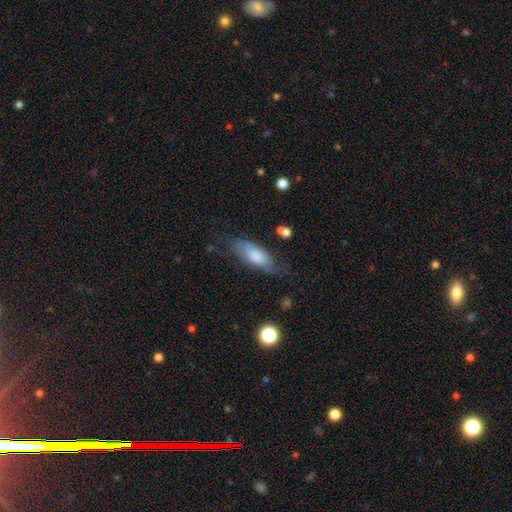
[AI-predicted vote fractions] A smooth galaxy with no disk features (71%) that is in between round and cigar-shaped (72%).

Vote fractions:
- Smooth or featured? smooth: 71% / featured or disk: 22% / star or artifact: 7%
- How rounded? in between: 72% / cigar-shaped: 26% / round: 2%
- Merging? none: 59% / minor disturbance: 26% / major disturbance: 12% / merger: 3%